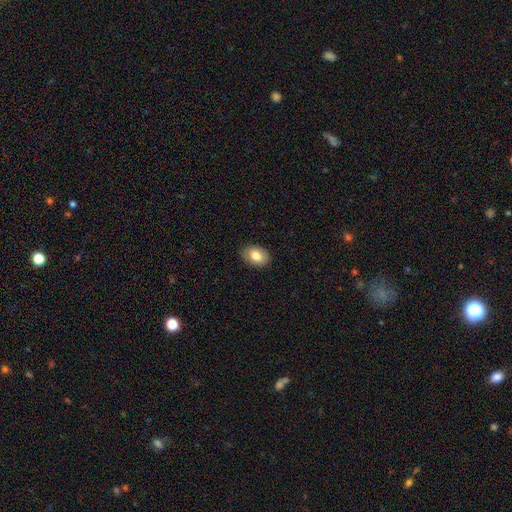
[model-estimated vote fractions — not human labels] Smooth or featured? smooth (79%)
How rounded? in between (80%)
Merging? none (88%)